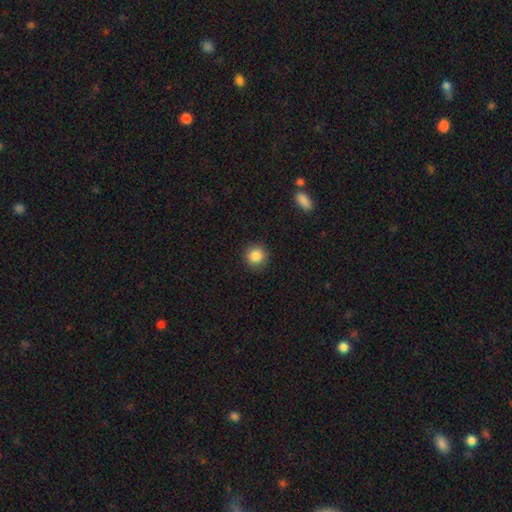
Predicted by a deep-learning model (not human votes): This is clearly a smooth galaxy (86%). How rounded: clearly round (91%). Merging: clearly none (90%).